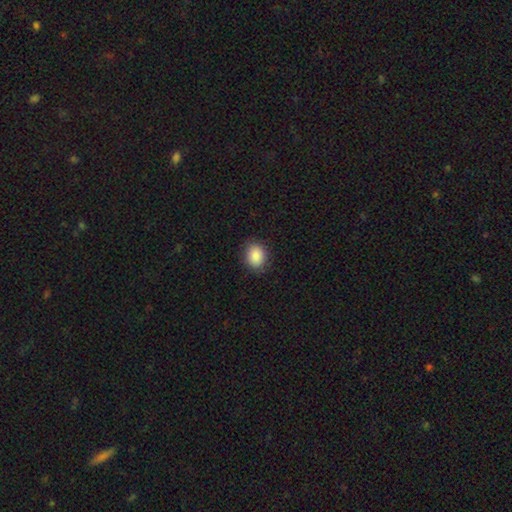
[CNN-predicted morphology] smooth-or-featured: smooth: 87% | star or artifact: 8% | featured or disk: 5%
  how-rounded: round: 52% | in between: 47% | cigar-shaped: 1%
  merging: none: 86% | minor disturbance: 10% | major disturbance: 3% | merger: 1%